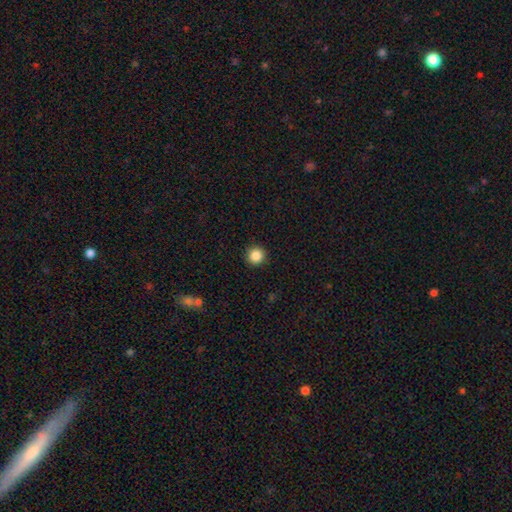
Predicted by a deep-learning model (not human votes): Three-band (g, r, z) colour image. It shows a smooth galaxy with no disk features (86%) that is round (96%). Merging: none (92%).